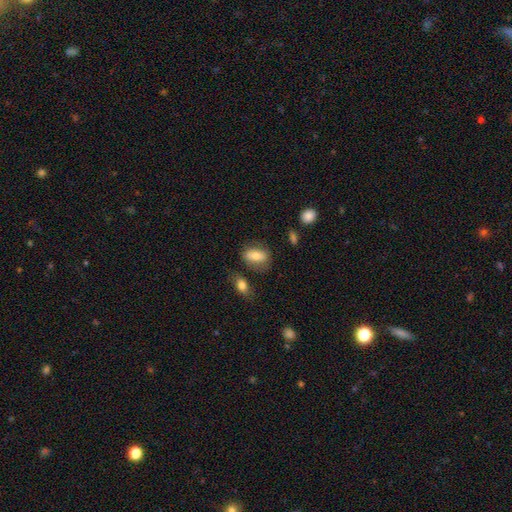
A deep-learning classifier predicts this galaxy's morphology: smooth 73%, featured or disk 19%, star or artifact 8%. Down the decision tree: how rounded — in between (83%); merging — none (66%).